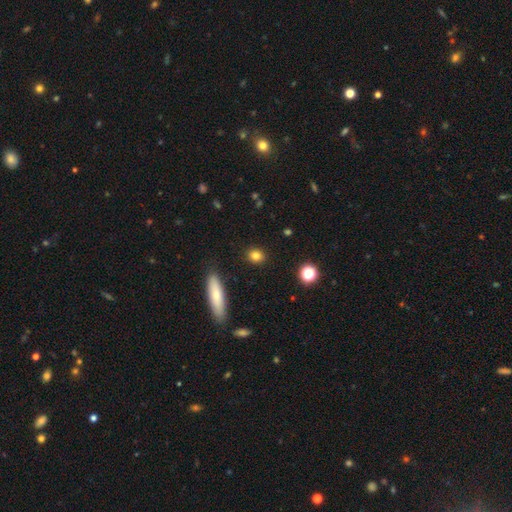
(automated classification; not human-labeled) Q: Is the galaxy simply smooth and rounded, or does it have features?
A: smooth — 81%.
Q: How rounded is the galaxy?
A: round — 62%.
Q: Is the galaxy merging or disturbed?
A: none — 89%.